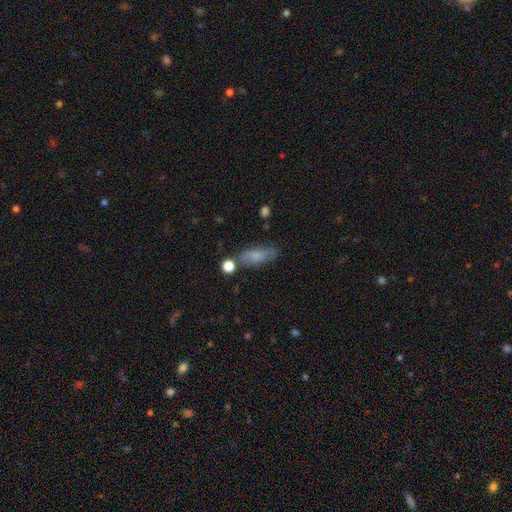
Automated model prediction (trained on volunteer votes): Q: Smooth or featured?
A: smooth (74%); runner-up: featured or disk (18%)
Q: How rounded?
A: in between (71%); runner-up: cigar-shaped (25%)
Q: Merging?
A: none (66%); runner-up: minor disturbance (20%)